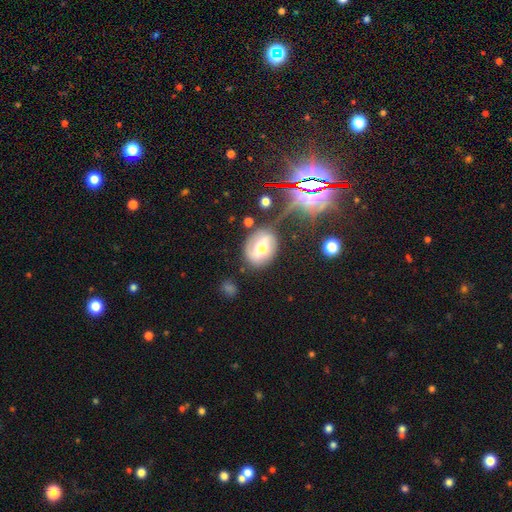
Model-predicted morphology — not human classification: smooth_or_featured: featured or disk (p=0.51) [alt: smooth p=0.37]
disk_edge_on: no (p=0.90) [alt: yes p=0.10]
merging: none (p=0.66) [alt: minor disturbance p=0.18]